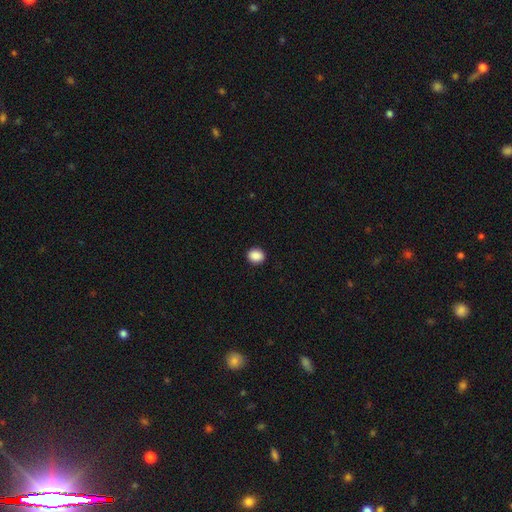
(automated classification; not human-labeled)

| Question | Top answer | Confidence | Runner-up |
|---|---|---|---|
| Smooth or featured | smooth | 89% | star or artifact (9%) |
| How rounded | round | 70% | in between (29%) |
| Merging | none | 91% | minor disturbance (6%) |